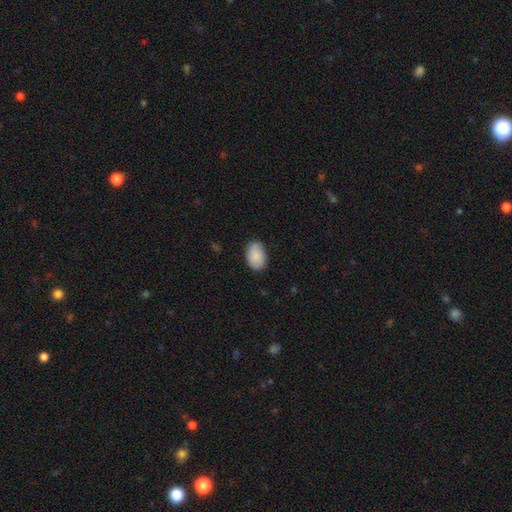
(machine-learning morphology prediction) smooth-or-featured: smooth: 86% | featured or disk: 7% | star or artifact: 6%
  how-rounded: in between: 89% | round: 10% | cigar-shaped: 1%
  merging: none: 79% | minor disturbance: 17% | major disturbance: 3% | merger: 1%